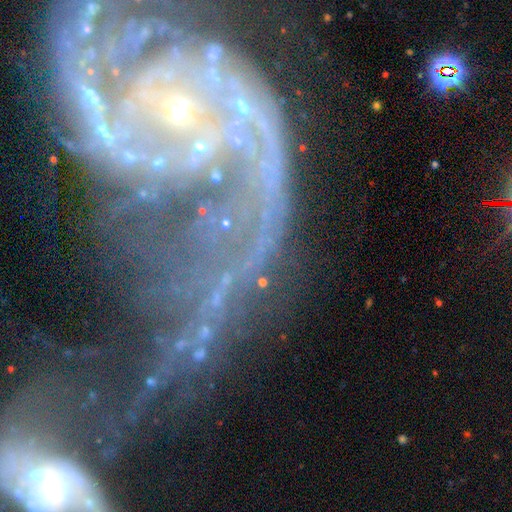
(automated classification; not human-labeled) A featured or disk galaxy (47%).

Vote fractions:
- Smooth or featured? featured or disk: 47% / star or artifact: 40% / smooth: 13%
- Merging? none: 53% / major disturbance: 21% / minor disturbance: 16% / merger: 10%